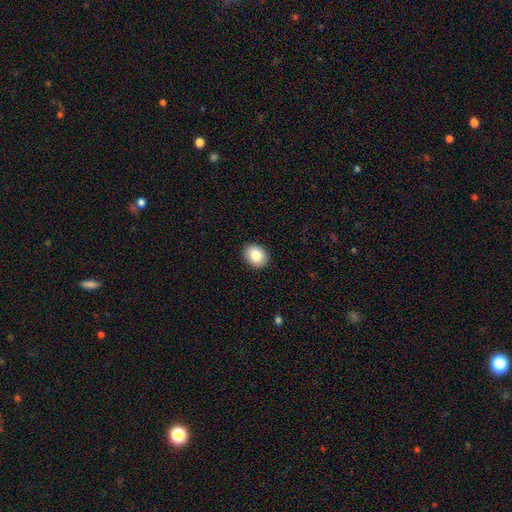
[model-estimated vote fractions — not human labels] Smooth or featured: smooth — 83% (featured or disk — 8%)
How rounded: in between — 51% (round — 48%)
Merging: none — 91% (minor disturbance — 7%)